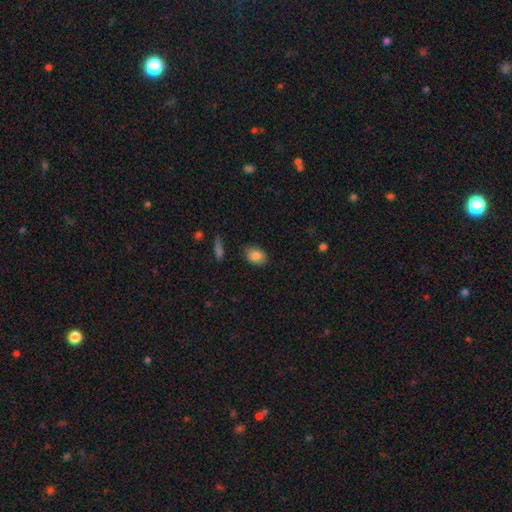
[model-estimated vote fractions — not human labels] Morphology: type=smooth (85%); roundness=in between (77%); merging=none (83%).